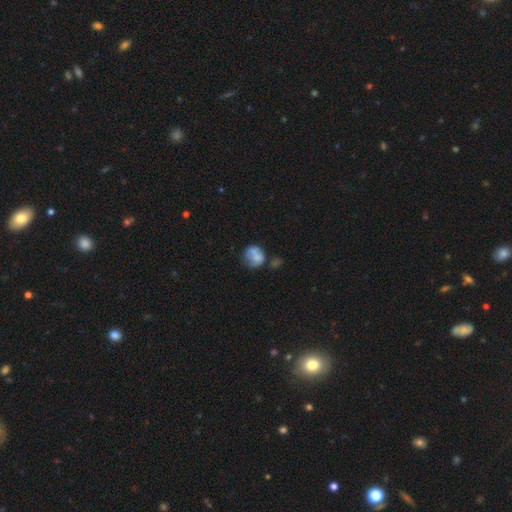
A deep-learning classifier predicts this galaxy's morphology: type=smooth (62%); roundness=round (69%); merging=none (36%).